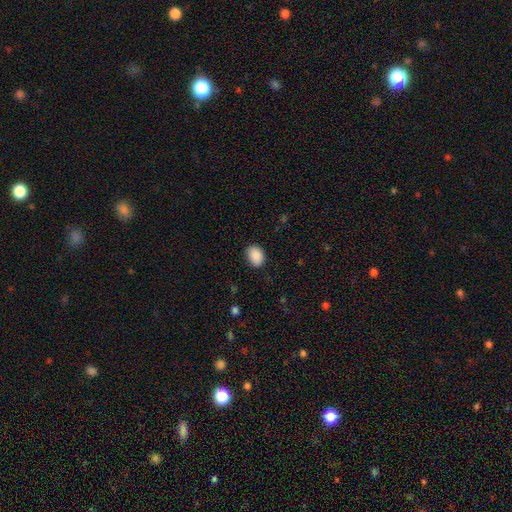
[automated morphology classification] Smooth or featured: smooth — 90% (star or artifact — 8%)
How rounded: in between — 74% (round — 25%)
Merging: none — 84% (minor disturbance — 12%)